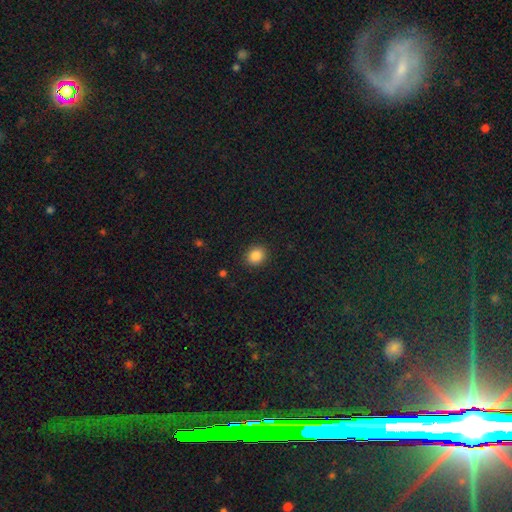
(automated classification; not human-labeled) smooth_or_featured: smooth (p=0.86) [alt: star or artifact p=0.10]
how_rounded: round (p=0.71) [alt: in between p=0.28]
merging: none (p=0.89) [alt: minor disturbance p=0.07]